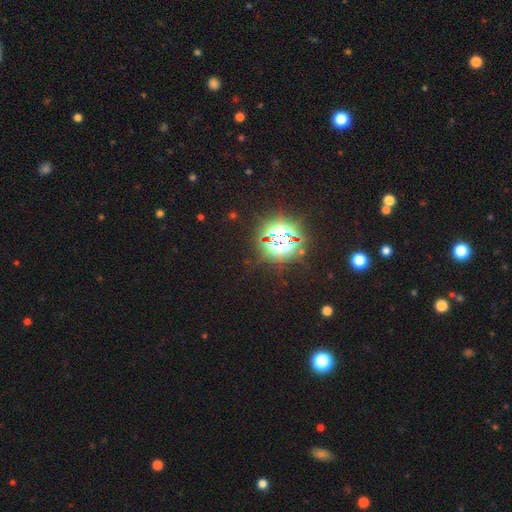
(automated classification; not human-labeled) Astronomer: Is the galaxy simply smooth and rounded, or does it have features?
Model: star or artifact — 84%.